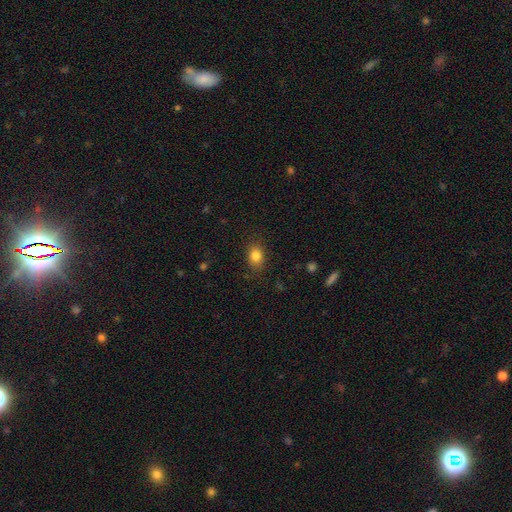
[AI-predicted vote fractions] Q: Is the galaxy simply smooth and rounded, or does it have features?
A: smooth — 83%.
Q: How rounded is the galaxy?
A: in between — 66%.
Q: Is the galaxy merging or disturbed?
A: none — 85%.